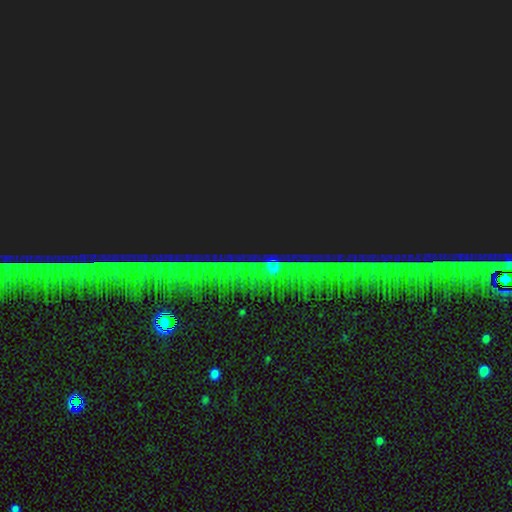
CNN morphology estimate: star or artifact 85%, featured or disk 8%, smooth 7%.